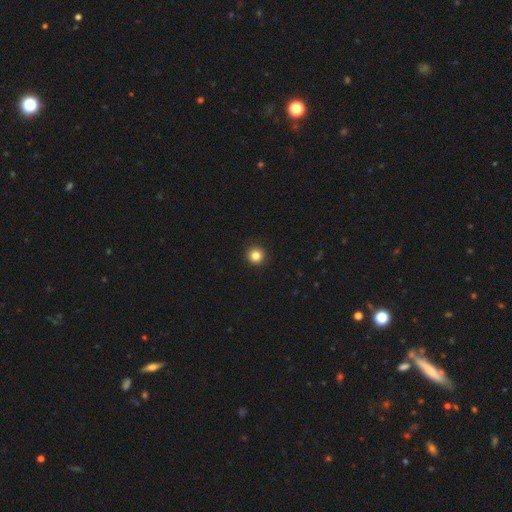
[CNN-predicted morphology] smooth 83%, star or artifact 12%, featured or disk 5%. Down the decision tree: how rounded — round (95%); merging — none (93%).